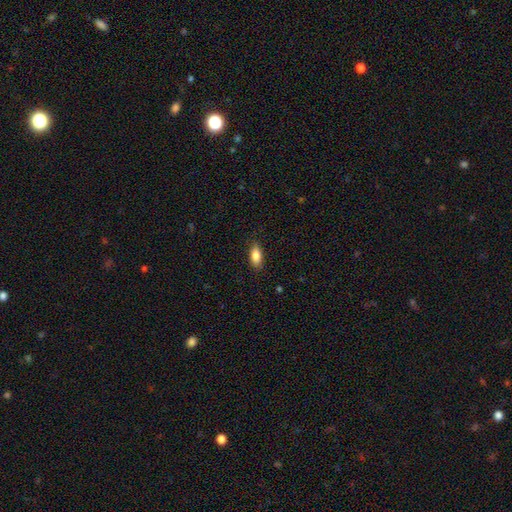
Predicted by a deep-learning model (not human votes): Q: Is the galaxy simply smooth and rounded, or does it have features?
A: smooth — 84%.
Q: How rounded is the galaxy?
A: in between — 84%.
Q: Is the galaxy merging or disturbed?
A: none — 85%.